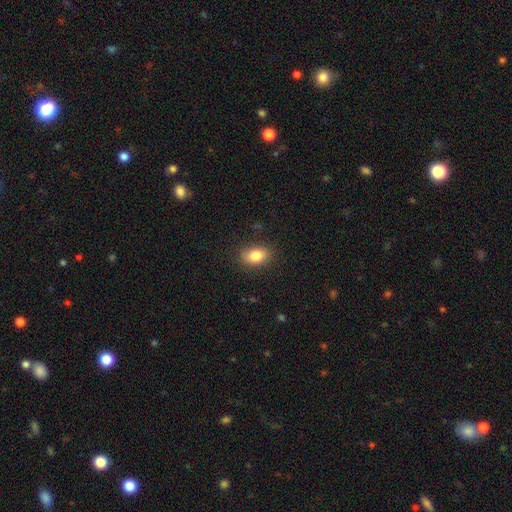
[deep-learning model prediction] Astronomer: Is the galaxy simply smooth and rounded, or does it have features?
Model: smooth — 83%.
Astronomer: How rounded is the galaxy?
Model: in between — 82%.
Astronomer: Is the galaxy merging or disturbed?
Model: none — 84%.